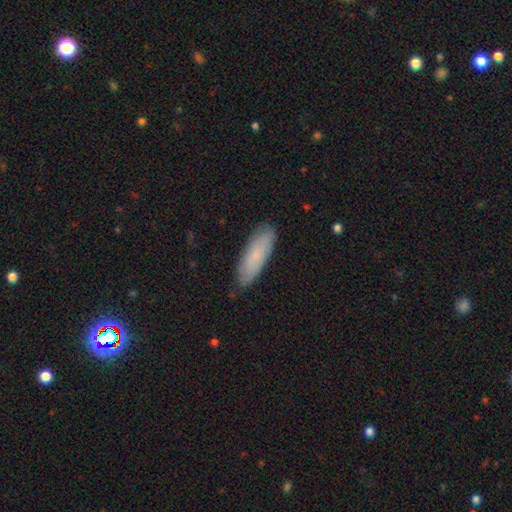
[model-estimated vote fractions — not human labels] smooth 78%, featured or disk 15%, star or artifact 6%. Down the decision tree: how rounded — in between (50%); merging — none (83%).